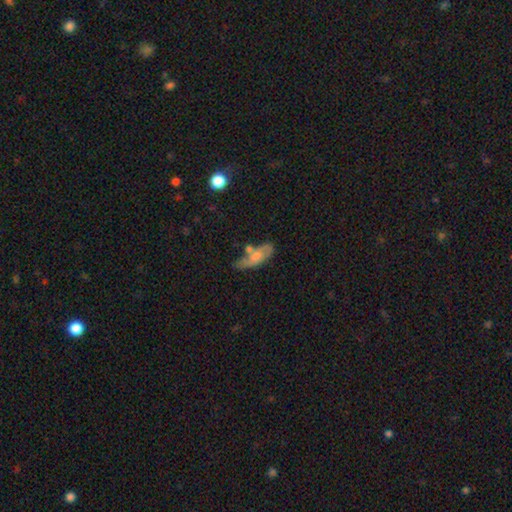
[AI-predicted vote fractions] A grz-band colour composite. It shows a smooth galaxy with no disk features (64%) that is in between round and cigar-shaped (68%). Merging: none (40%).